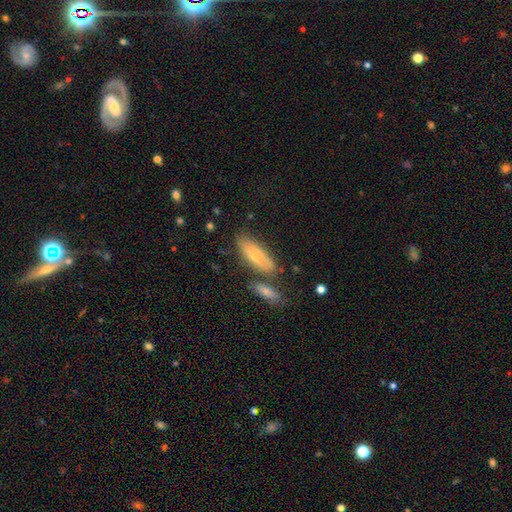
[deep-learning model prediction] Smooth or featured? Predicted: smooth (p=0.53). How rounded? Predicted: in between (p=0.68). Merging? Predicted: none (p=0.60).